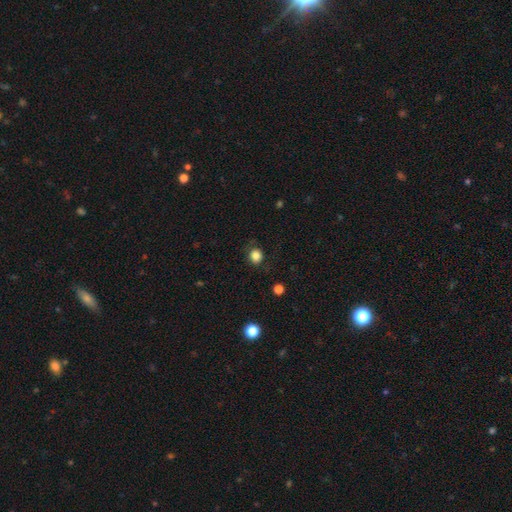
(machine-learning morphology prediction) smooth 84%, star or artifact 12%, featured or disk 5%. Down the decision tree: how rounded — round (80%); merging — none (81%).